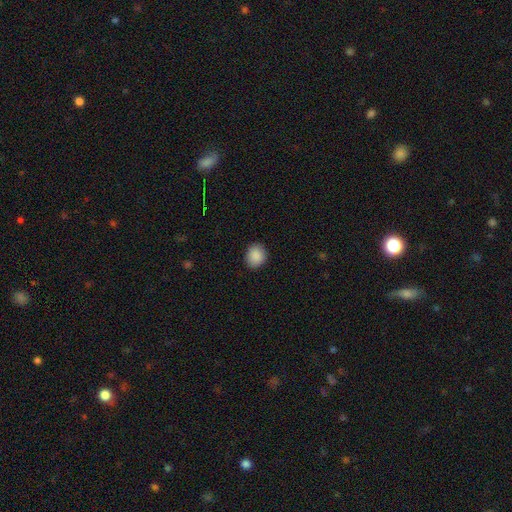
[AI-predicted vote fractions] This appears to be a smooth galaxy with no disk features (89%) that is round (66%). Merging: none (88%).